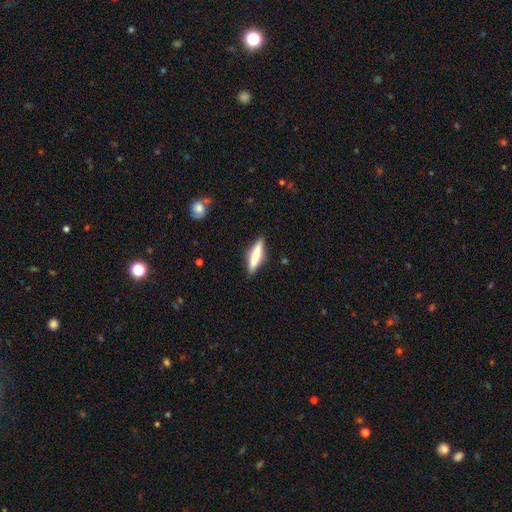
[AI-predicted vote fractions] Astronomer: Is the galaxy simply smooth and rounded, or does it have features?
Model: smooth — 72%.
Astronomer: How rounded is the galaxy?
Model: cigar-shaped — 77%.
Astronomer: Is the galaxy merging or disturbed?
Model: none — 87%.